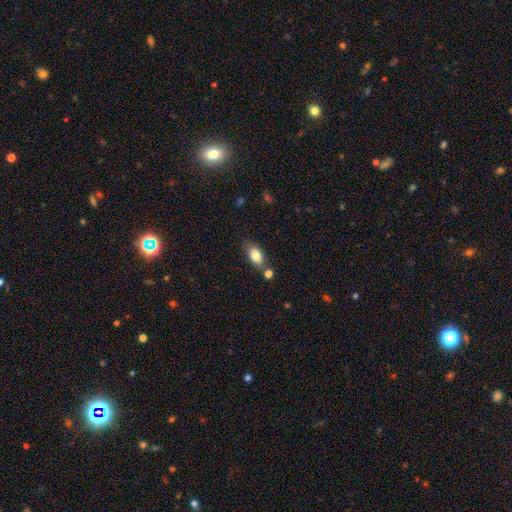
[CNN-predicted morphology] Smooth or featured: smooth — 81% (featured or disk — 11%)
How rounded: in between — 88% (round — 7%)
Merging: none — 67% (minor disturbance — 16%)